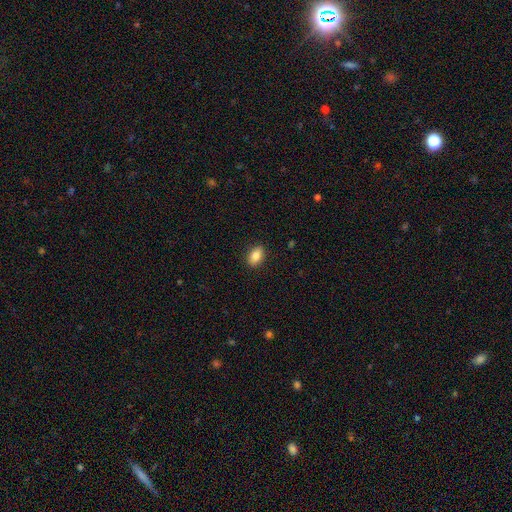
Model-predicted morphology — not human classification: A smooth galaxy with no disk features (86%) that is in between round and cigar-shaped (87%). Merging: none (90%).